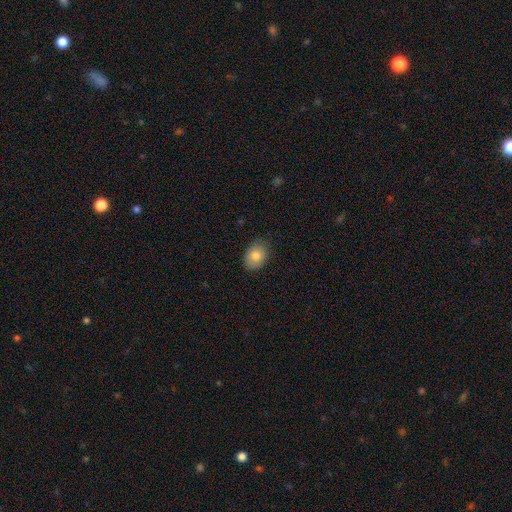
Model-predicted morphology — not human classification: smooth_or_featured: smooth (p=0.79) [alt: featured or disk p=0.12]
how_rounded: in between (p=0.71) [alt: round p=0.28]
merging: none (p=0.82) [alt: minor disturbance p=0.14]